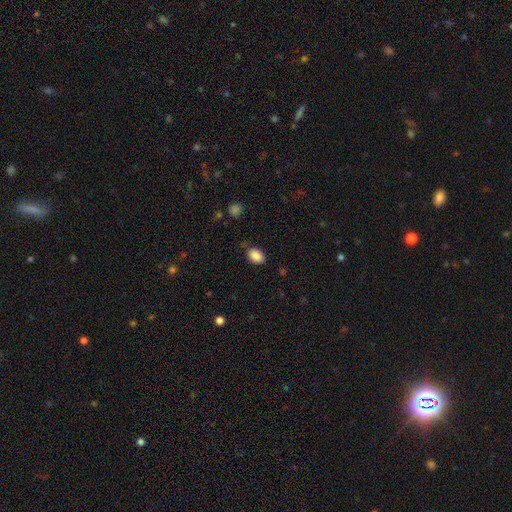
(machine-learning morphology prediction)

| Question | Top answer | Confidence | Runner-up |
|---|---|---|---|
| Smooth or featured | smooth | 88% | star or artifact (8%) |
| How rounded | in between | 79% | round (20%) |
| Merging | none | 78% | minor disturbance (16%) |